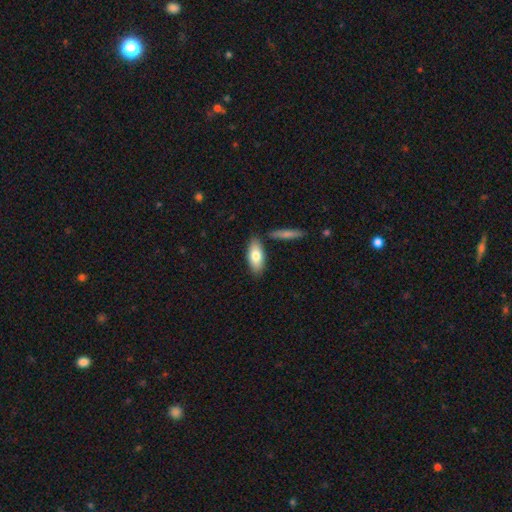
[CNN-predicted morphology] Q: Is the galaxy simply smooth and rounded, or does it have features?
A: smooth — 77%.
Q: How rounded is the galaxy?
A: in between — 83%.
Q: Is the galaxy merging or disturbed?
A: none — 79%.